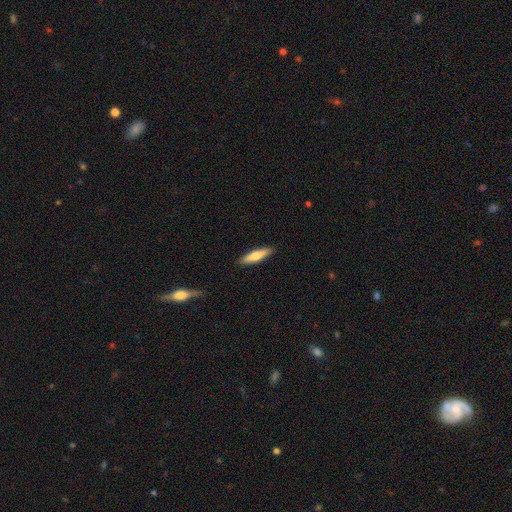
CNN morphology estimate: Smooth or featured? Predicted: smooth (p=0.65). How rounded? Predicted: cigar-shaped (p=0.75). Merging? Predicted: none (p=0.90).